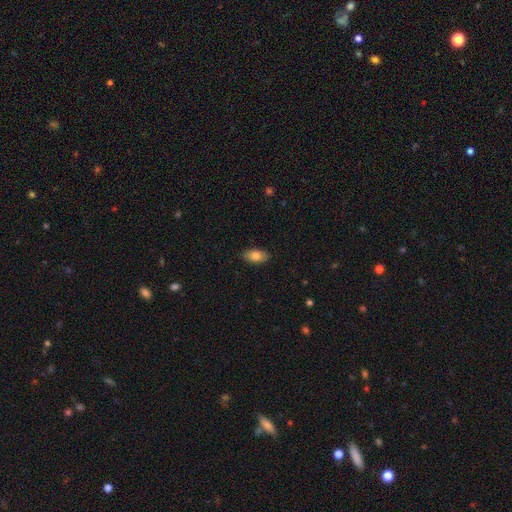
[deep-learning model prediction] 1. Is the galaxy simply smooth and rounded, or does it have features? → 83% smooth, 10% featured or disk, 7% star or artifact.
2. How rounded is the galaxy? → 93% in between, 4% round, 3% cigar-shaped.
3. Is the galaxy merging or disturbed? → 87% none, 10% minor disturbance, 2% major disturbance, 1% merger.